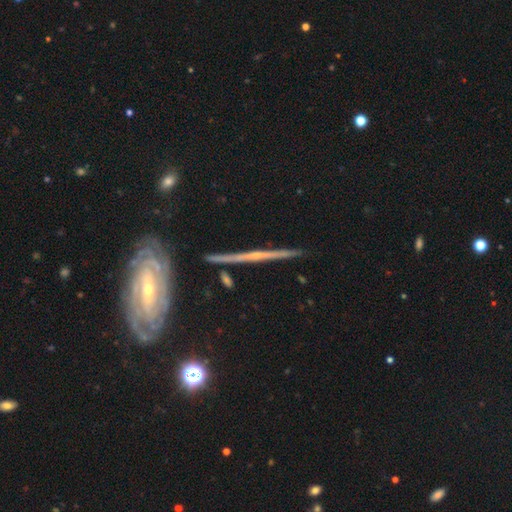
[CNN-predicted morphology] This is likely a featured or disk galaxy (77%). It is clearly viewed edge-on (87%). Edge-on bulge: possibly rounded (49%). Merging: clearly none (83%).